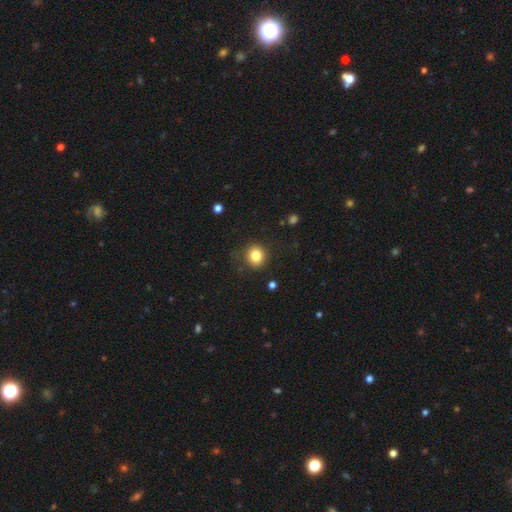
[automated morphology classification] type=smooth (82%); roundness=round (80%); merging=none (84%).